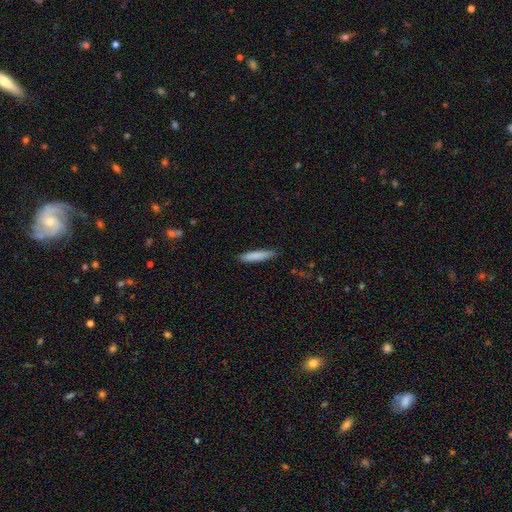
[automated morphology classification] This is clearly a smooth galaxy (84%). How rounded: clearly cigar-shaped (87%). Merging: clearly none (87%).